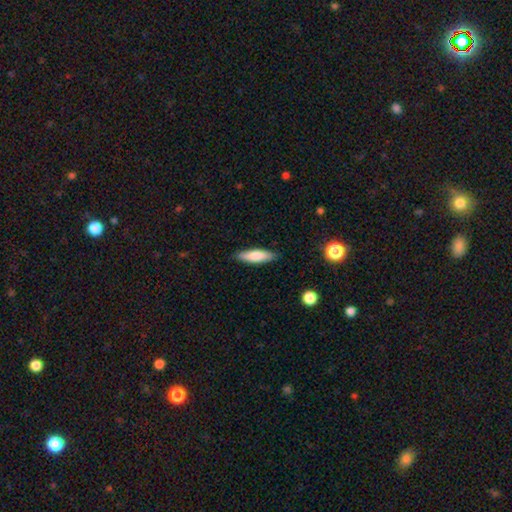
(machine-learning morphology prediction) This appears to be a smooth galaxy with no disk features (79%) that is cigar-shaped (59%). Merging: none (86%).